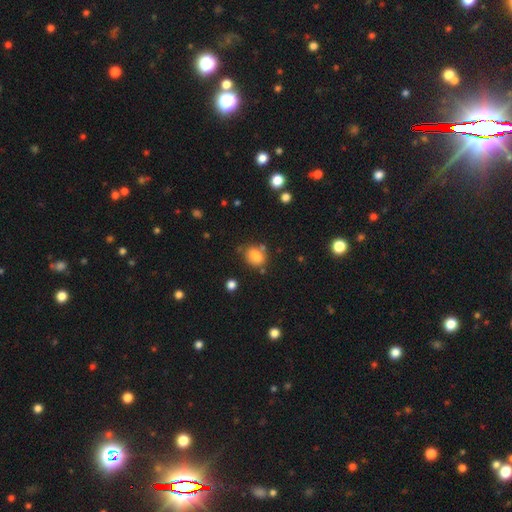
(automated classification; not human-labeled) A smooth galaxy with no disk features (82%) that is in between round and cigar-shaped (58%).

Vote fractions:
- Smooth or featured? smooth: 82% / star or artifact: 10% / featured or disk: 8%
- How rounded? in between: 58% / round: 40% / cigar-shaped: 1%
- Merging? none: 64% / minor disturbance: 20% / merger: 10% / major disturbance: 6%